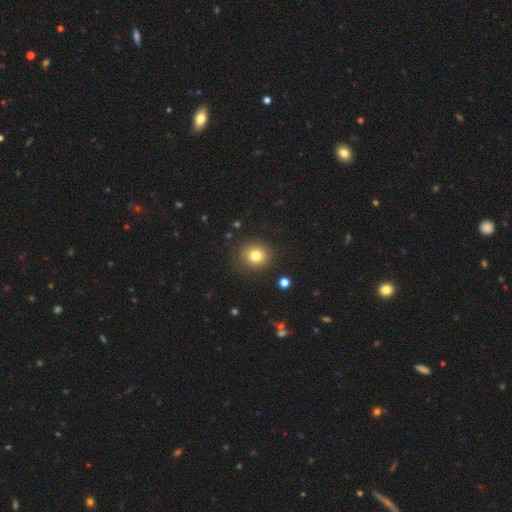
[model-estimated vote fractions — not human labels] smooth_or_featured: smooth (p=0.79) [alt: star or artifact p=0.13]
how_rounded: round (p=0.83) [alt: in between p=0.16]
merging: none (p=0.88) [alt: minor disturbance p=0.07]